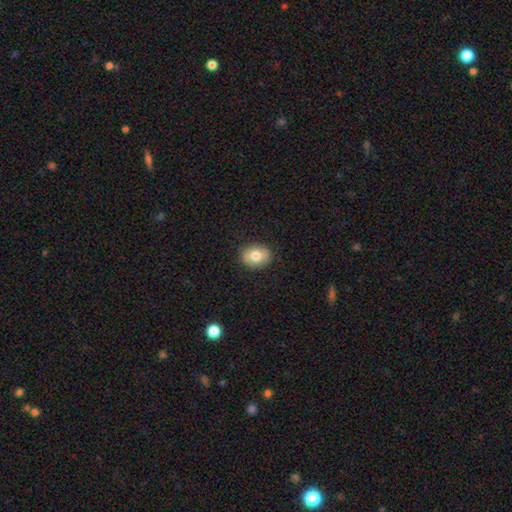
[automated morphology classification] smooth_or_featured: smooth (p=0.74) [alt: featured or disk p=0.17]
how_rounded: round (p=0.53) [alt: in between p=0.45]
merging: none (p=0.87) [alt: minor disturbance p=0.09]